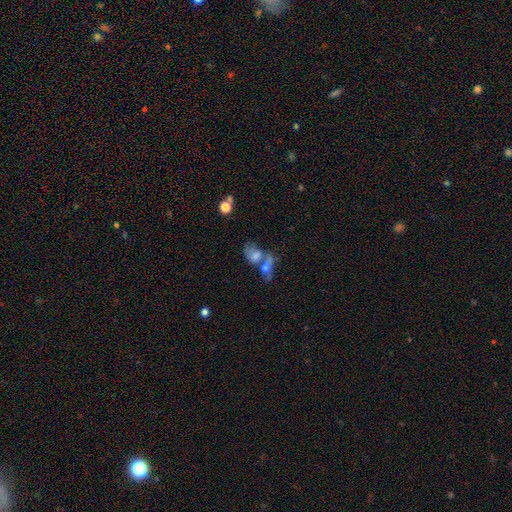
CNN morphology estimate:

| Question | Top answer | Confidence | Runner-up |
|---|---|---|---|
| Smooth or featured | smooth | 47% | featured or disk (36%) |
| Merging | merger | 54% | none (27%) |